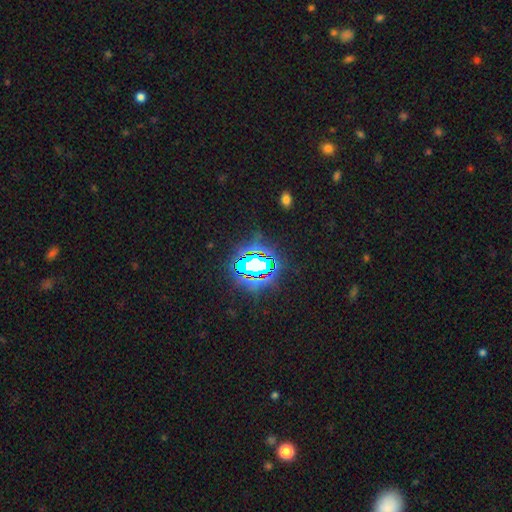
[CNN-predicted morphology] This is clearly a star or artifact rather than a galaxy (80%).